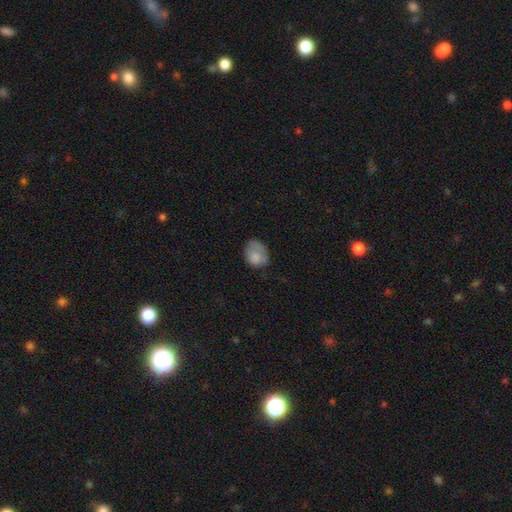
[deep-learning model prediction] This is likely a smooth galaxy (78%). How rounded: likely in between (61%). Merging: possibly none (46%).